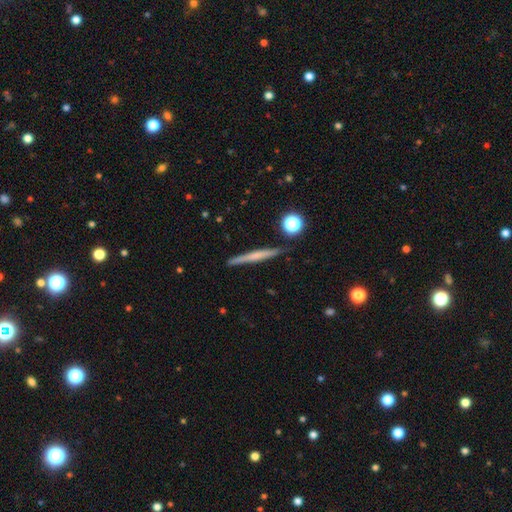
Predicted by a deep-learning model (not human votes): This appears to be a featured or disk galaxy (52%) viewed edge-on (97%) with no central bulge (60%). Merging: none (89%).